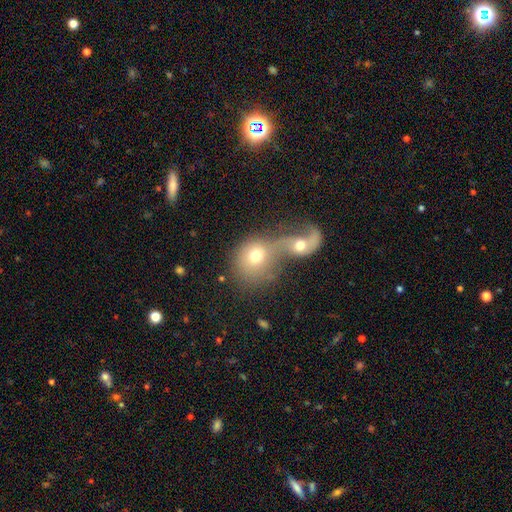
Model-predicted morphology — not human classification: type=smooth (64%); roundness=round (65%); merging=merger (75%).